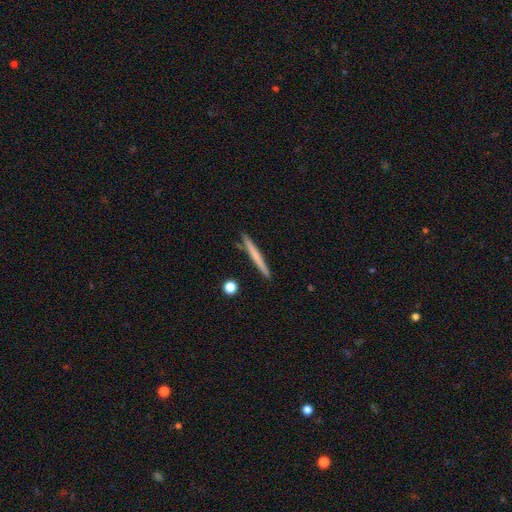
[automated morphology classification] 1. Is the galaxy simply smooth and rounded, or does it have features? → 58% smooth, 36% featured or disk, 6% star or artifact.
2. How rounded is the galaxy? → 97% cigar-shaped, 2% in between, 1% round.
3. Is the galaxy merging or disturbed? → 90% none, 7% minor disturbance, 2% merger, 1% major disturbance.